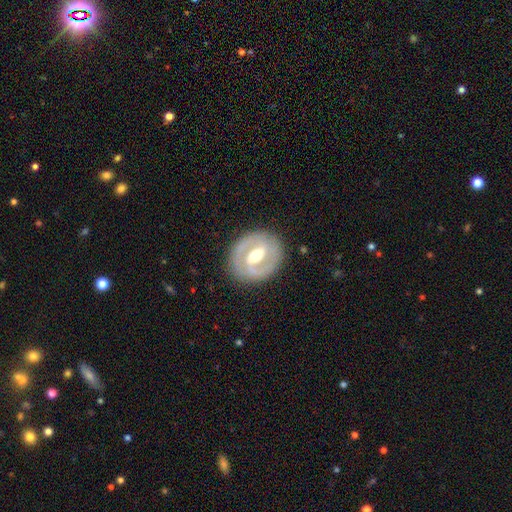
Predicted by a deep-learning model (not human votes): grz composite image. It shows a featured or disk galaxy (78%) with a strong bar (47%), 2 (81%) tight (51%) spiral arms (67%) and a moderate central bulge (72%). Merging: none (85%).